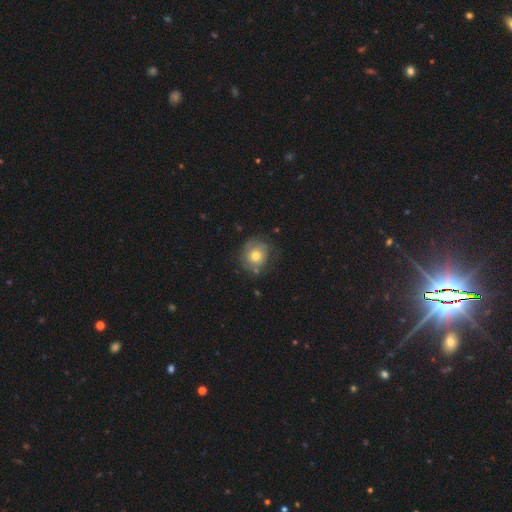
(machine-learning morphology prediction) A smooth galaxy with no disk features (58%) that is round (86%). Merging: none (68%).